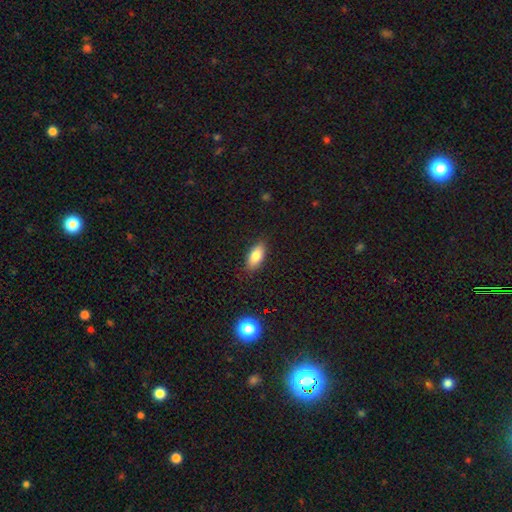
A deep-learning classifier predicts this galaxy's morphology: Smooth or featured?
  - smooth: 83% *
  - featured or disk: 9%
  - star or artifact: 8%
How rounded?
  - in between: 85% *
  - cigar-shaped: 11%
  - round: 3%
Merging?
  - none: 86% *
  - minor disturbance: 10%
  - major disturbance: 2%
  - merger: 1%